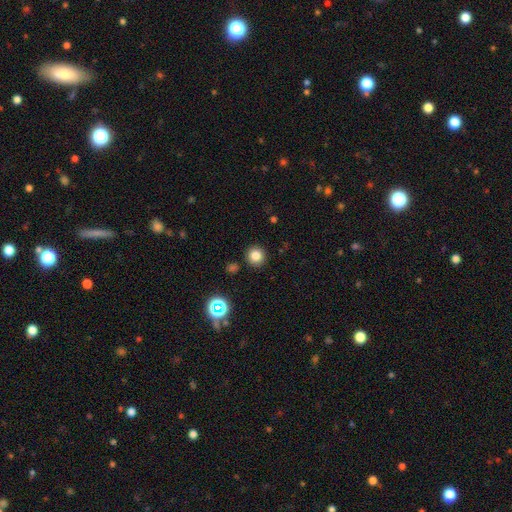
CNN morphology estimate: A smooth galaxy with no disk features (82%) that is round (94%). Merging: none (90%).